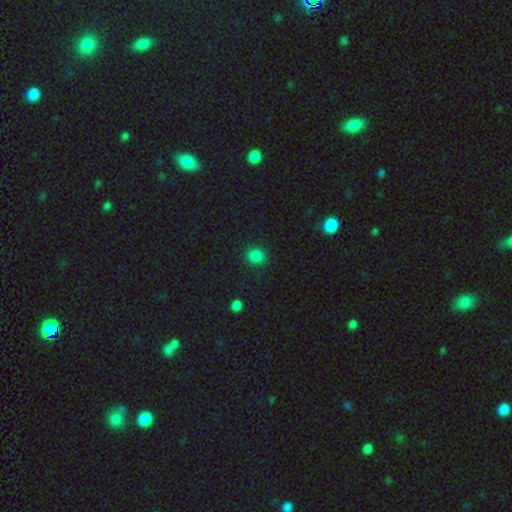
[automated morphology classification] Smooth or featured? smooth (82%)
How rounded? round (63%)
Merging? none (85%)